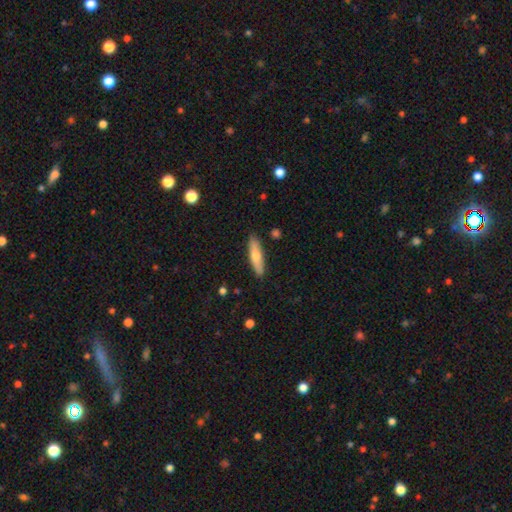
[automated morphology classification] This appears to be a smooth galaxy with no disk features (66%) that is cigar-shaped (74%). Merging: none (87%).